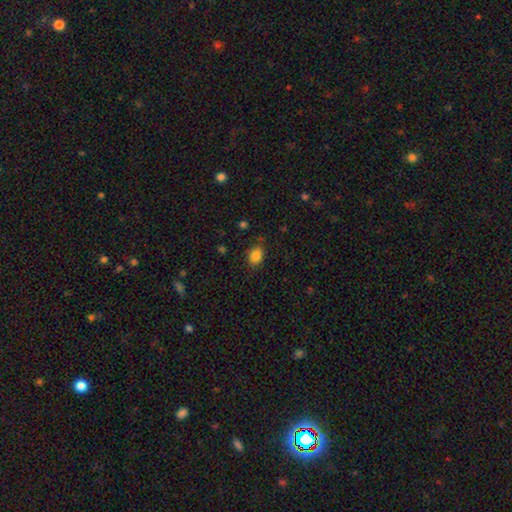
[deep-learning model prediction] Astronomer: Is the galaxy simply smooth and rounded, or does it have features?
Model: smooth — 84%.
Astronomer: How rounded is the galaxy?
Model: in between — 66%.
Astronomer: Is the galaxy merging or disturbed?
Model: none — 81%.